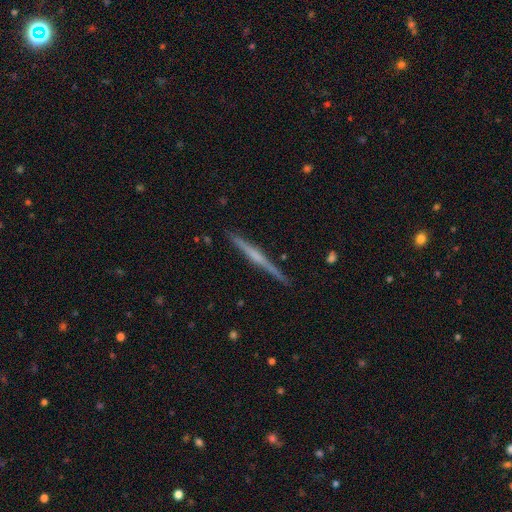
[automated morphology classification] smooth-or-featured: featured or disk: 73% | smooth: 21% | star or artifact: 5%
  disk-edge-on: yes: 98% | no: 2%
    edge-on-bulge: rounded: 48% | none: 37% | boxy: 15%
  merging: none: 91% | minor disturbance: 6% | major disturbance: 1% | merger: 1%